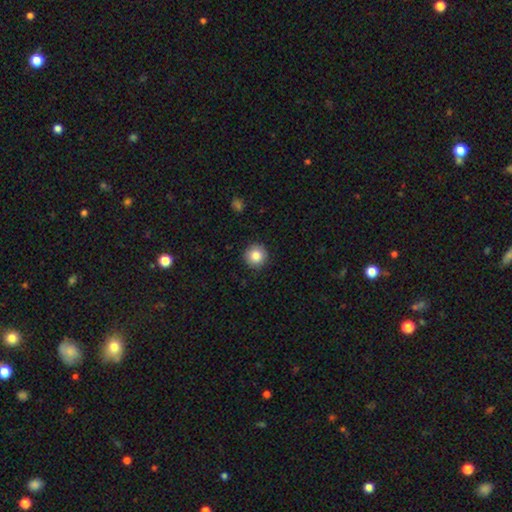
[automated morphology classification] This appears to be a smooth galaxy with no disk features (84%) that is round (95%). Merging: none (90%).